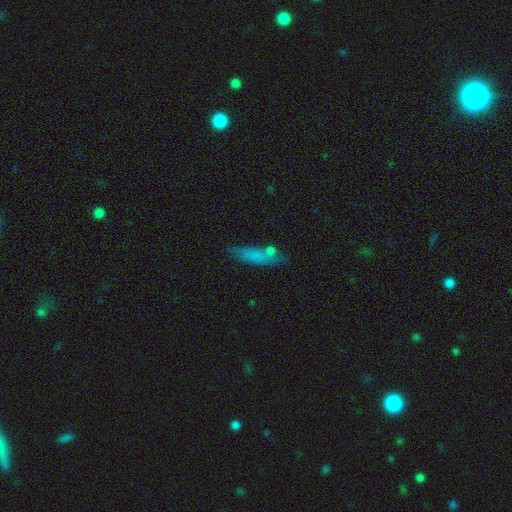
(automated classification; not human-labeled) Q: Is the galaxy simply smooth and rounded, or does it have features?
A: smooth — 68%.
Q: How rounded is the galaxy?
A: cigar-shaped — 69%.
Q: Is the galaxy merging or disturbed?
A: none — 68%.